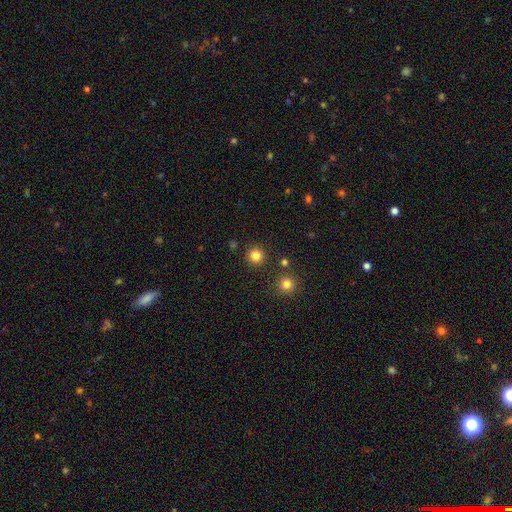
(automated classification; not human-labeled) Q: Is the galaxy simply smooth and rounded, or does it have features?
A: smooth — 82%.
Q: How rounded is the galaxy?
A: round — 95%.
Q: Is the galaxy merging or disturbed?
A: none — 89%.